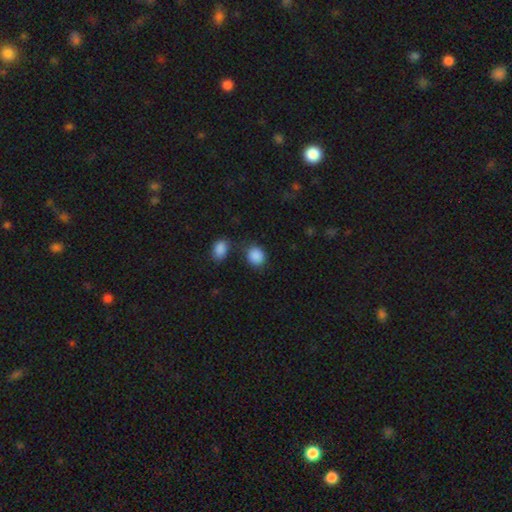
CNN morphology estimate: Smooth or featured? Predicted: smooth (p=0.88). How rounded? Predicted: round (p=0.69). Merging? Predicted: none (p=0.71).